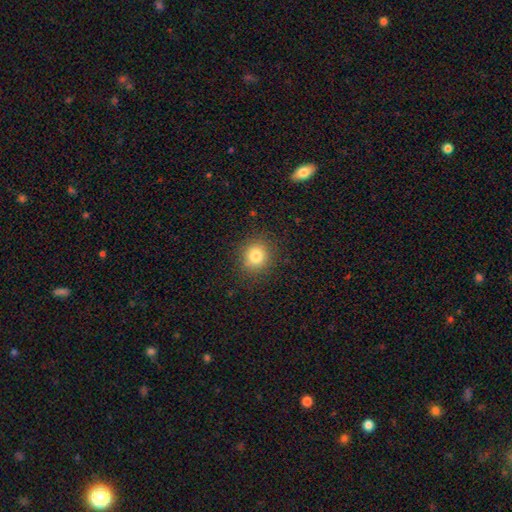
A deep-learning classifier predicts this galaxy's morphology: smooth 81%, star or artifact 12%, featured or disk 7%. Down the decision tree: how rounded — round (83%); merging — none (87%).